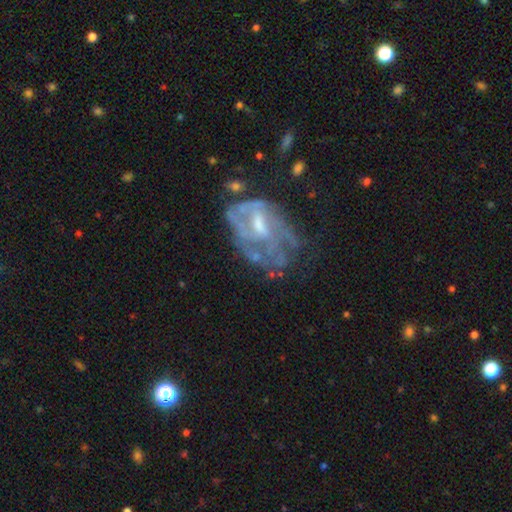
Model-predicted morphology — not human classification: type=featured or disk (68%); edge-on=no (95%); bar=no (46%); spiral arms=yes (63%); bulge=small (45%); merging=none (54%).